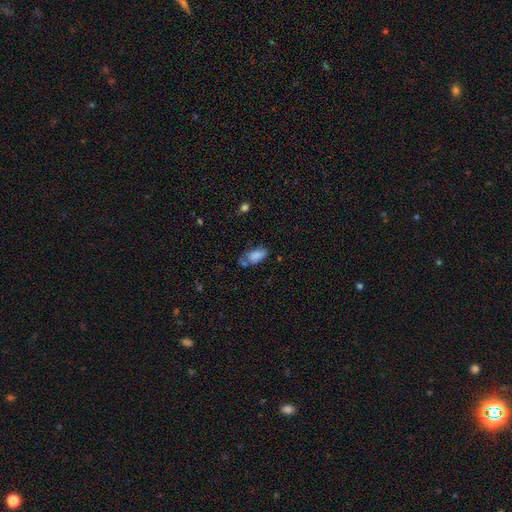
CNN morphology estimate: Smooth or featured? Predicted: smooth (p=0.80). How rounded? Predicted: in between (p=0.90). Merging? Predicted: none (p=0.43).